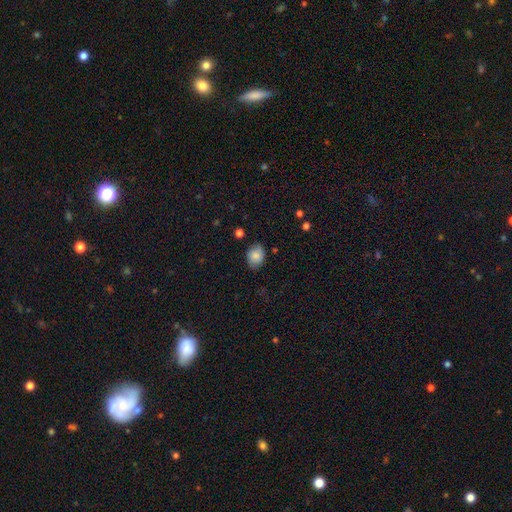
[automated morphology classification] smooth_or_featured: smooth (p=0.78) [alt: featured or disk p=0.14]
how_rounded: in between (p=0.51) [alt: round p=0.48]
merging: none (p=0.75) [alt: minor disturbance p=0.19]